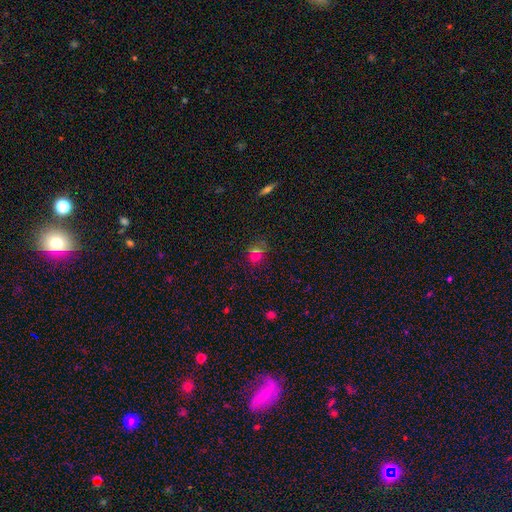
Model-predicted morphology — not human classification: smooth 53%, star or artifact 36%, featured or disk 11%. Down the decision tree: how rounded — round (73%); merging — none (67%).